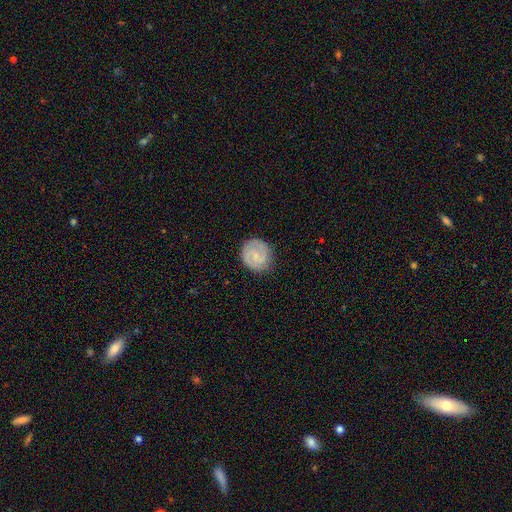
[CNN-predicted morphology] featured or disk 68%, smooth 26%, star or artifact 6%. Down the decision tree: edge-on disk — no (98%); bar — weak (48%); spiral arms — yes (94%); spiral arm count — 2 (82%); spiral winding — tight (52%); bulge size — small (63%); merging — none (83%).